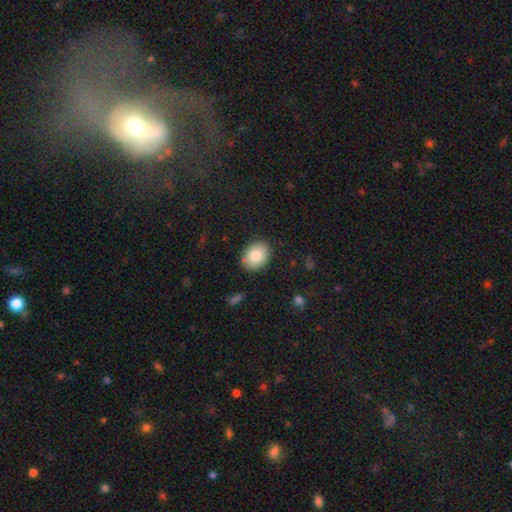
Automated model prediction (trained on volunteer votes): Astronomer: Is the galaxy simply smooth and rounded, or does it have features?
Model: smooth — 81%.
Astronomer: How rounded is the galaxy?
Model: in between — 63%.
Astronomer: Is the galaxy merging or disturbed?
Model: none — 85%.